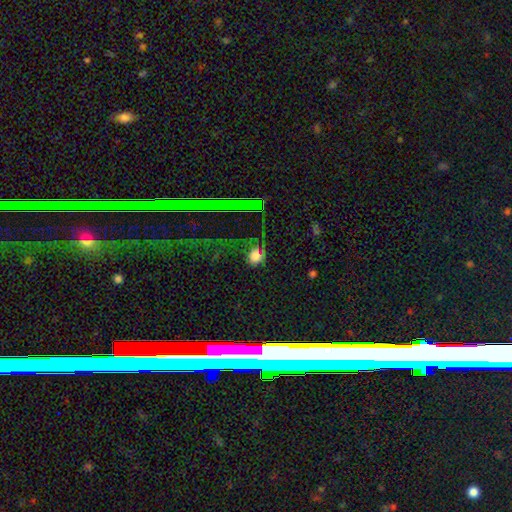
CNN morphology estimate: The model was most divided on "merging": none: 45%, major disturbance: 27%, minor disturbance: 23%, merger: 6%. More confident: smooth or featured — smooth (64%); how rounded — round (63%).